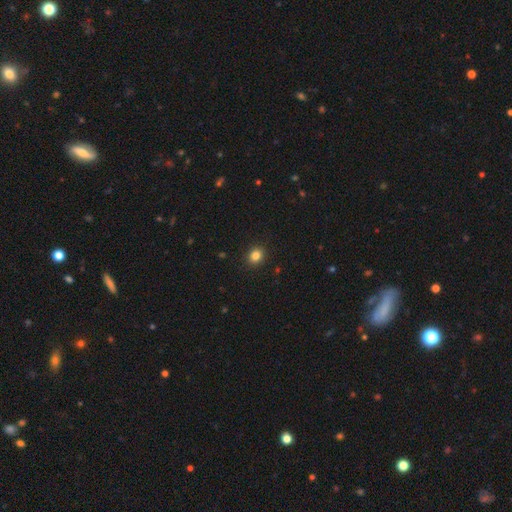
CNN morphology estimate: A smooth galaxy with no disk features (83%) that is round (73%).

Vote fractions:
- Smooth or featured? smooth: 83% / star or artifact: 12% / featured or disk: 5%
- How rounded? round: 73% / in between: 26% / cigar-shaped: 1%
- Merging? none: 91% / minor disturbance: 6% / major disturbance: 2% / merger: 1%